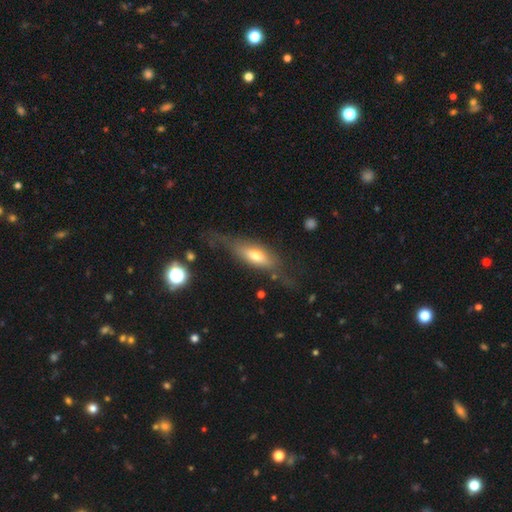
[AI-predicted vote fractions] A featured or disk galaxy (46%, tied with smooth).

Vote fractions:
- Smooth or featured? featured or disk: 46% (tied) / smooth: 46% (tied) / star or artifact: 8%
- Merging? none: 60% / minor disturbance: 22% / major disturbance: 15% / merger: 3%